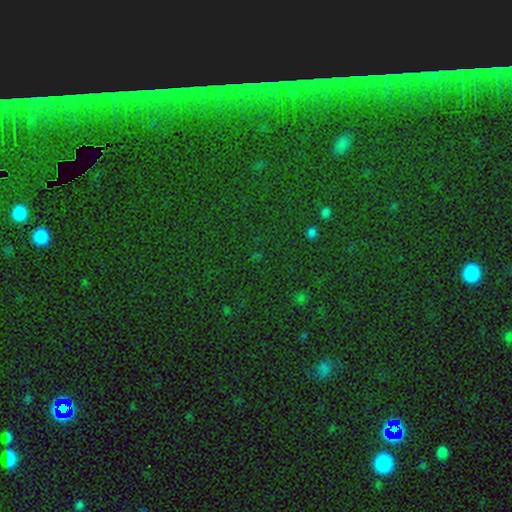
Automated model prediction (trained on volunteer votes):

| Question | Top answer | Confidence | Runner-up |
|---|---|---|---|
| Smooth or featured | star or artifact | 77% | smooth (12%) |